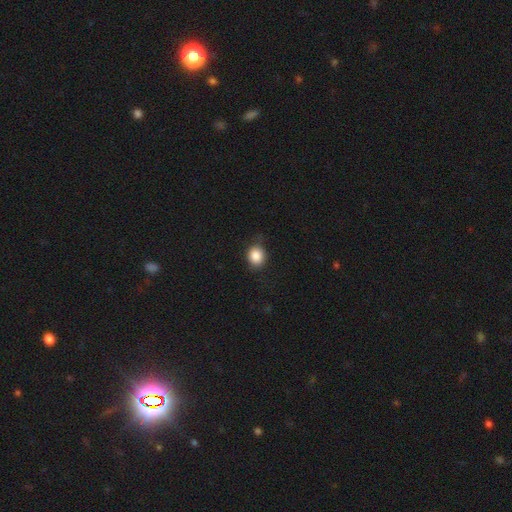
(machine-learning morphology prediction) smooth 86%, star or artifact 9%, featured or disk 5%. Down the decision tree: how rounded — round (69%); merging — none (76%).